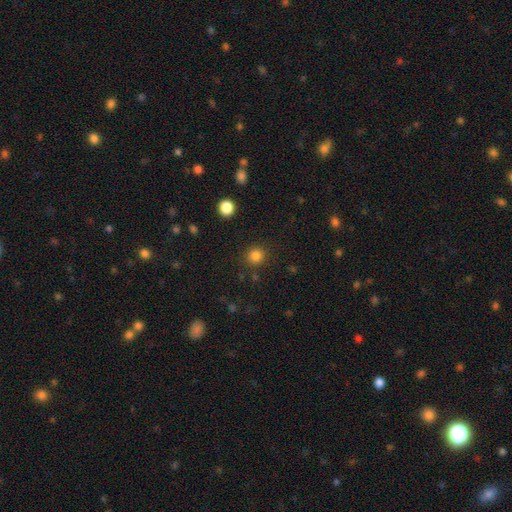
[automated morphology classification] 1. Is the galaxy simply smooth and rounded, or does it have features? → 83% smooth, 13% star or artifact, 4% featured or disk.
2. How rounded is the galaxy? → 91% round, 8% in between, 1% cigar-shaped.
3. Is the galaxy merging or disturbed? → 88% none, 7% minor disturbance, 3% major disturbance, 2% merger.